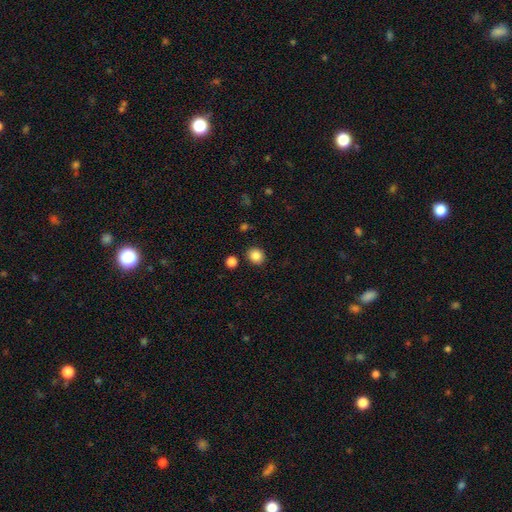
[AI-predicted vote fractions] A smooth galaxy with no disk features (86%) that is round (76%). Merging: none (87%).